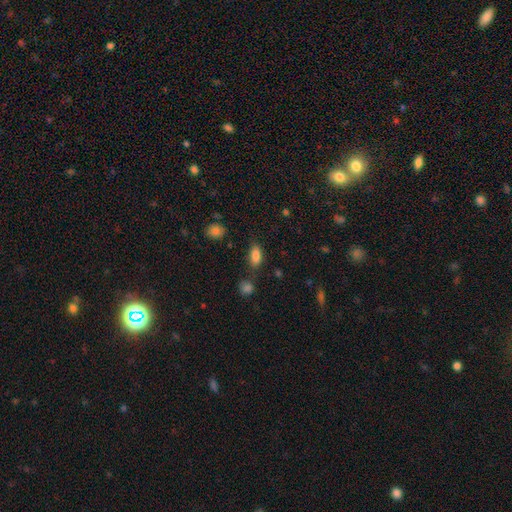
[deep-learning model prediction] smooth-or-featured: smooth: 84% | star or artifact: 9% | featured or disk: 7%
  how-rounded: in between: 87% | cigar-shaped: 8% | round: 5%
  merging: none: 75% | minor disturbance: 15% | merger: 6% | major disturbance: 4%